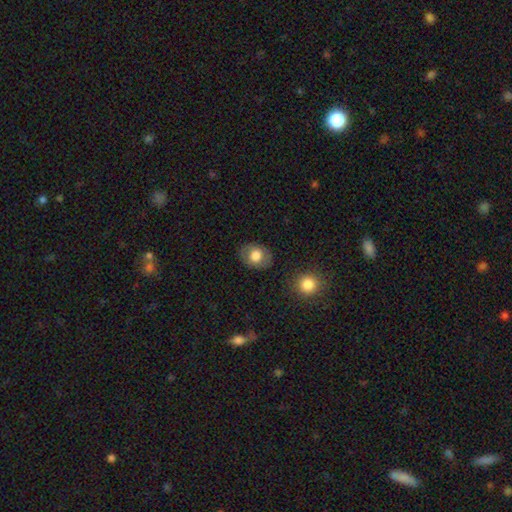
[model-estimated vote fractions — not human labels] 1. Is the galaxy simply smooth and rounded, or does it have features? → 71% smooth, 21% featured or disk, 8% star or artifact.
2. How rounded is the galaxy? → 63% in between, 36% round, 1% cigar-shaped.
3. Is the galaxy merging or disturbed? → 83% none, 12% minor disturbance, 4% major disturbance, 2% merger.